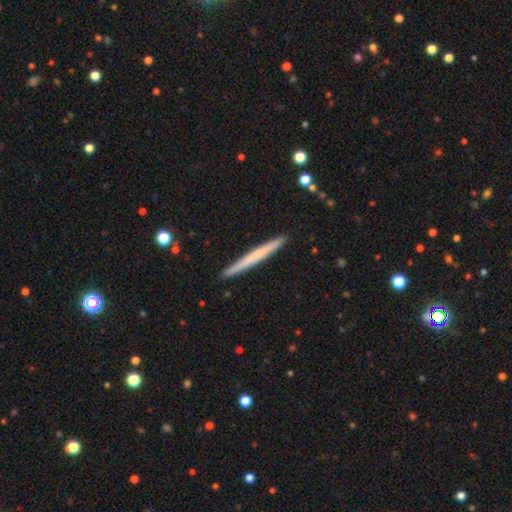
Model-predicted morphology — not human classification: Smooth or featured?
  - smooth: 50% *
  - featured or disk: 44%
  - star or artifact: 6%
How rounded?
  - cigar-shaped: 97% *
  - in between: 2%
  - round: 1%
Merging?
  - none: 92% *
  - minor disturbance: 6%
  - merger: 1%
  - major disturbance: 1%